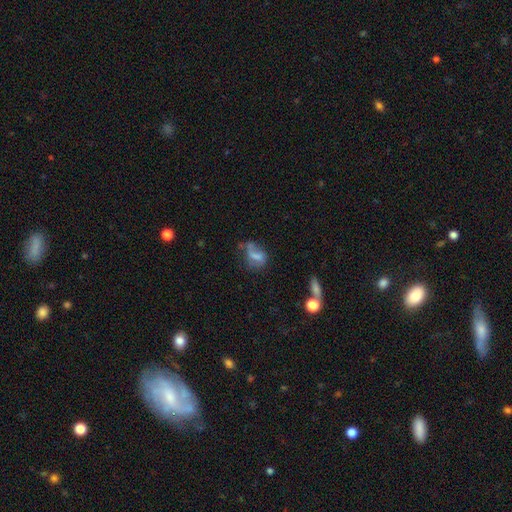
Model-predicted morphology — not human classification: Smooth or featured? smooth (58%)
How rounded? in between (74%)
Merging? none (30%, tied with major disturbance)